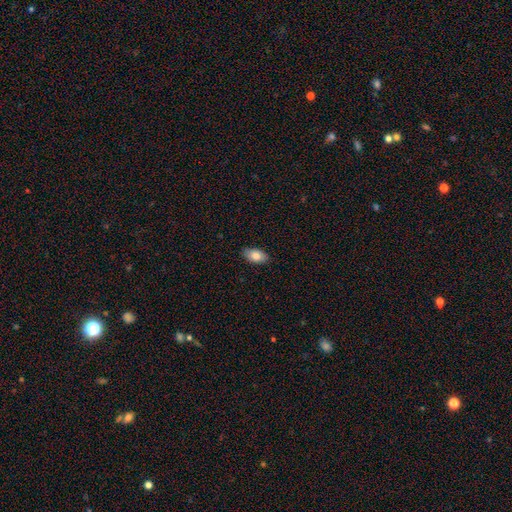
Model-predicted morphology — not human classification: Smooth or featured: smooth — 82% (featured or disk — 11%)
How rounded: in between — 93% (round — 4%)
Merging: none — 88% (minor disturbance — 9%)